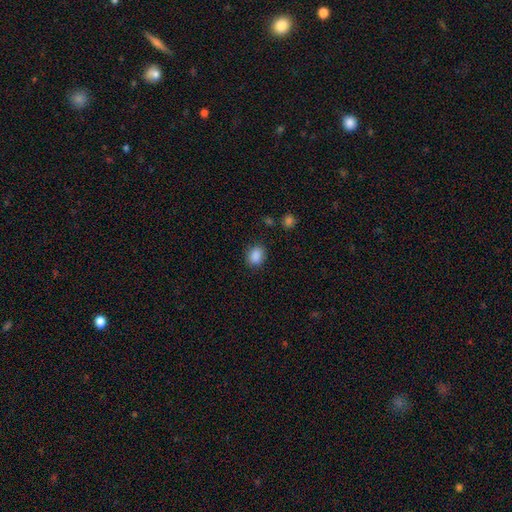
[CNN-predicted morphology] smooth 87%, star or artifact 9%, featured or disk 3%. Down the decision tree: how rounded — in between (55%); merging — none (83%).